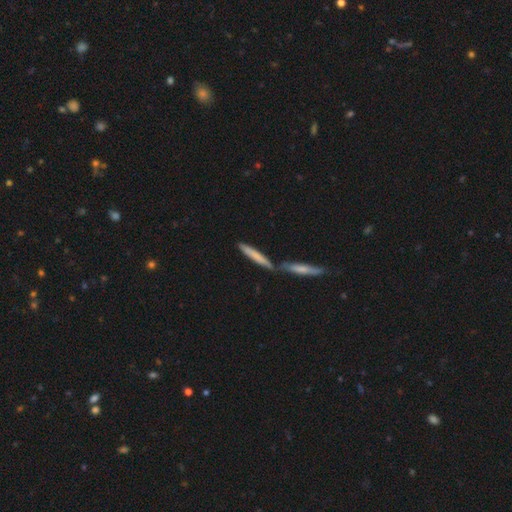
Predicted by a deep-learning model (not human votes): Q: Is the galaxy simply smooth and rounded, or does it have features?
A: smooth — 69%.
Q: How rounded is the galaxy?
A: cigar-shaped — 90%.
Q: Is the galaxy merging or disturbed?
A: none — 58%.